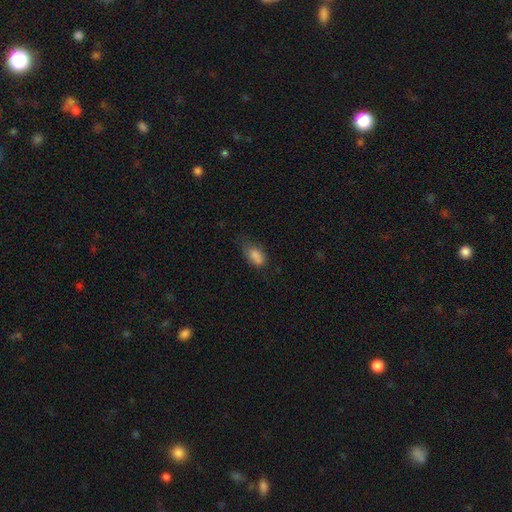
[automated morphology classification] A smooth galaxy with no disk features (80%) that is in between round and cigar-shaped (87%).

Vote fractions:
- Smooth or featured? smooth: 80% / featured or disk: 10% / star or artifact: 10%
- How rounded? in between: 87% / round: 8% / cigar-shaped: 5%
- Merging? none: 42% / minor disturbance: 35% / major disturbance: 16% / merger: 8%